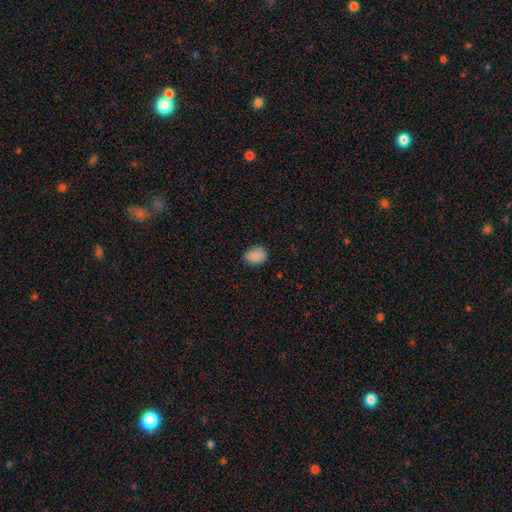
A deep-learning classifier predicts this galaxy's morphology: Q: Smooth or featured?
A: smooth (87%); runner-up: star or artifact (9%)
Q: How rounded?
A: in between (61%); runner-up: round (38%)
Q: Merging?
A: none (79%); runner-up: minor disturbance (17%)